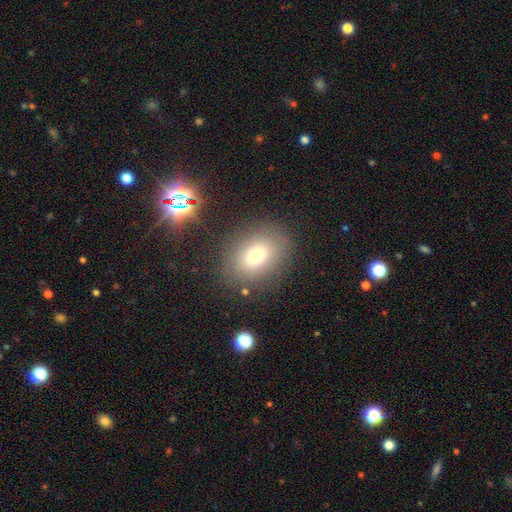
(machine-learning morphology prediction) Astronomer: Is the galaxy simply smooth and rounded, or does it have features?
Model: smooth — 72%.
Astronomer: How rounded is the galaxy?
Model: in between — 56% (runner-up: round, 43%).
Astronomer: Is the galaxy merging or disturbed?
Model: none — 82%.